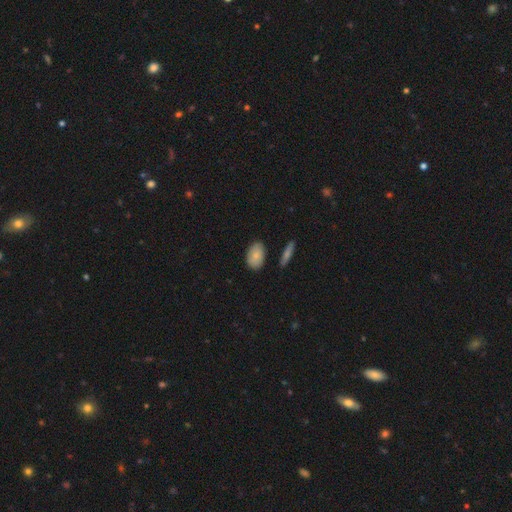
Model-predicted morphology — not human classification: Smooth or featured: smooth — 81% (featured or disk — 12%)
How rounded: in between — 88% (round — 10%)
Merging: none — 81% (minor disturbance — 13%)